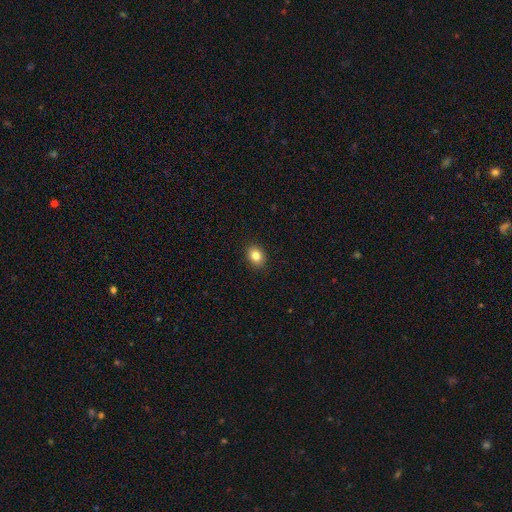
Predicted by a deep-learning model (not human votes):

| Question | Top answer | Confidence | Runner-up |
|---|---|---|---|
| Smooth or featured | smooth | 83% | star or artifact (10%) |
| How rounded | in between | 58% | round (41%) |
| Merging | none | 90% | minor disturbance (7%) |